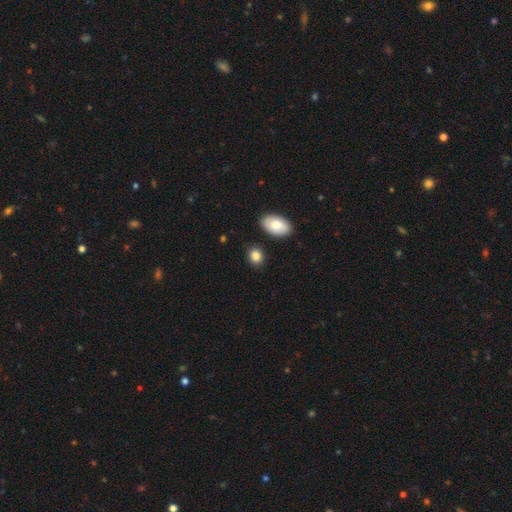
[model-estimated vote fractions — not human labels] Morphology: type=smooth (85%); roundness=in between (59%); merging=none (83%).